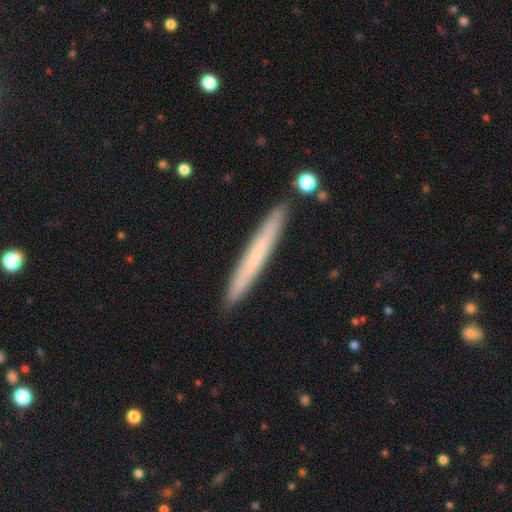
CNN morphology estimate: smooth 62%, featured or disk 32%, star or artifact 6%. Down the decision tree: how rounded — cigar-shaped (97%); merging — none (91%).